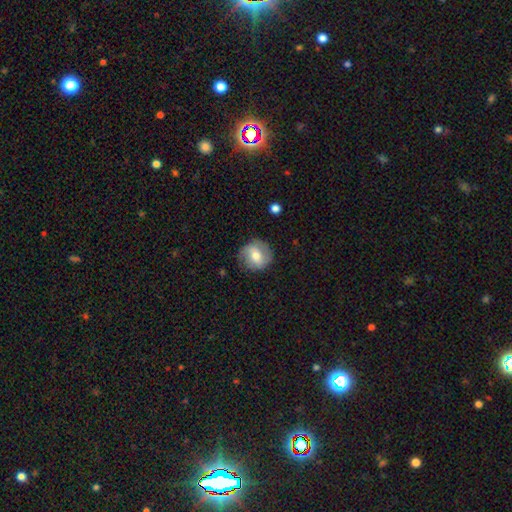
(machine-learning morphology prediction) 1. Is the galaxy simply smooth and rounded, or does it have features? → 47% smooth, 46% featured or disk, 7% star or artifact.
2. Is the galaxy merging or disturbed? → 78% none, 15% minor disturbance, 5% major disturbance, 1% merger.